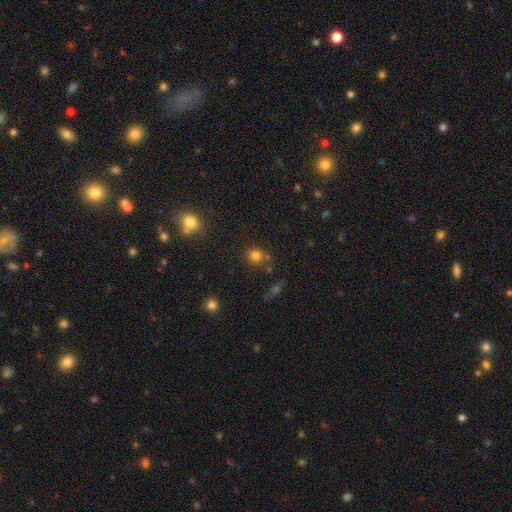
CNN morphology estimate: Smooth or featured: smooth — 77% (star or artifact — 16%)
How rounded: round — 81% (in between — 18%)
Merging: none — 71% (minor disturbance — 13%)